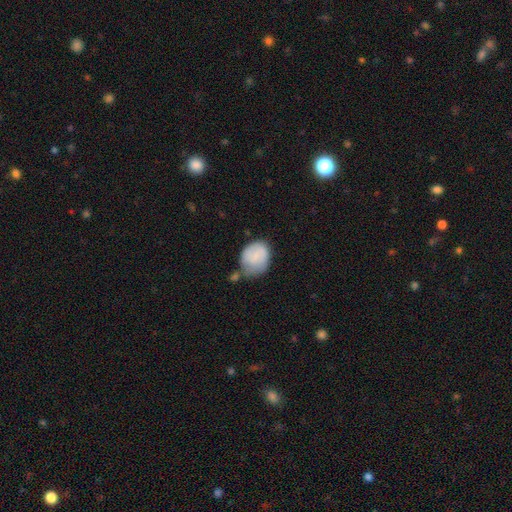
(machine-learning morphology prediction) Overall: smooth (77%). How rounded: round (54%; in between 45%). Merging: none (38%; minor disturbance 35%).